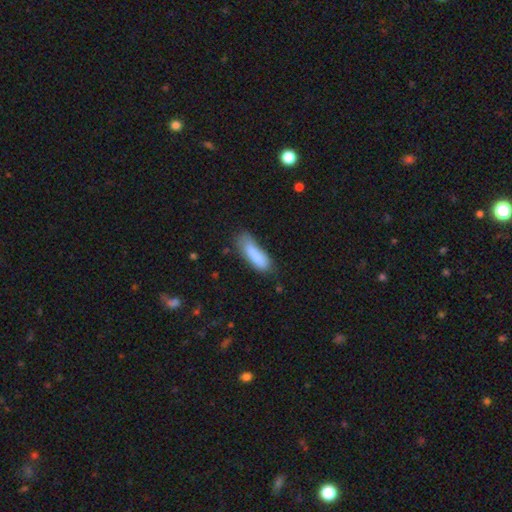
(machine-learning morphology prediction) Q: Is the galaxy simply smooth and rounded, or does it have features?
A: smooth — 81%.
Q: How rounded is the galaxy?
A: in between — 50%.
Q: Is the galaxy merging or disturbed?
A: none — 43%.